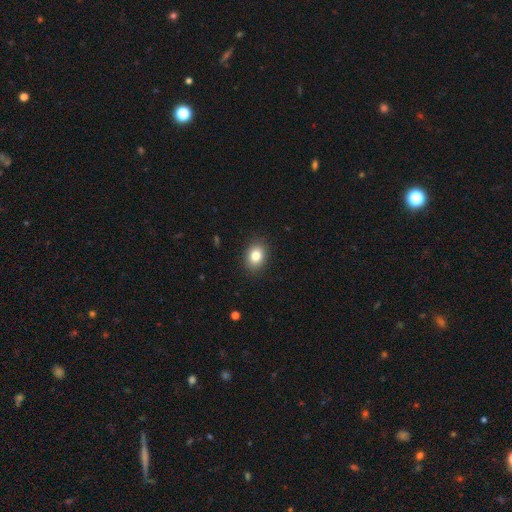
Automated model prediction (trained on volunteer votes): Smooth or featured? smooth (82%)
How rounded? in between (62%)
Merging? none (89%)